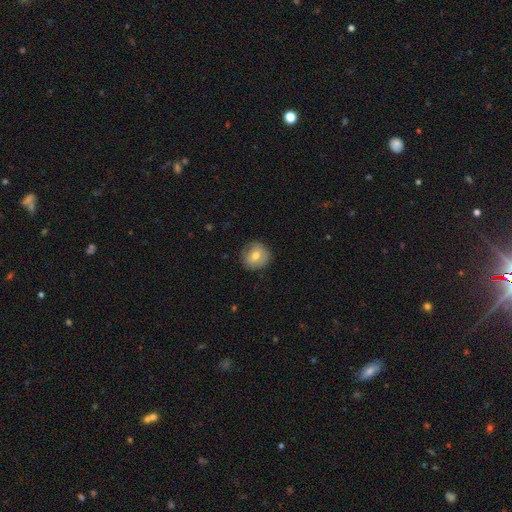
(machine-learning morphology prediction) Overall: smooth (66%; featured or disk 26%). How rounded: round (89%). Merging: none (84%).